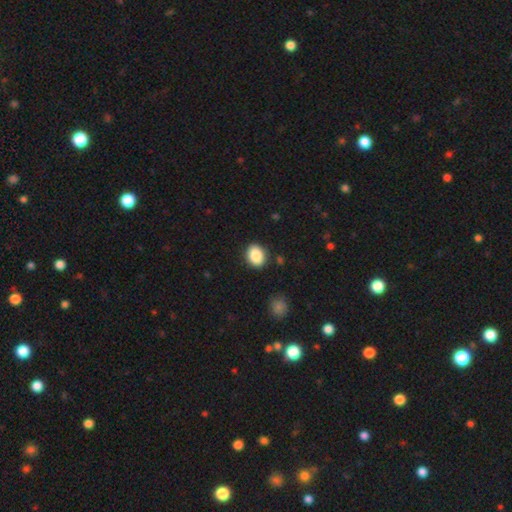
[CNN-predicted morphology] The model was most divided on "how rounded": in between: 56%, round: 43%, cigar-shaped: 1%. More confident: merging — none (87%); smooth or featured — smooth (87%).